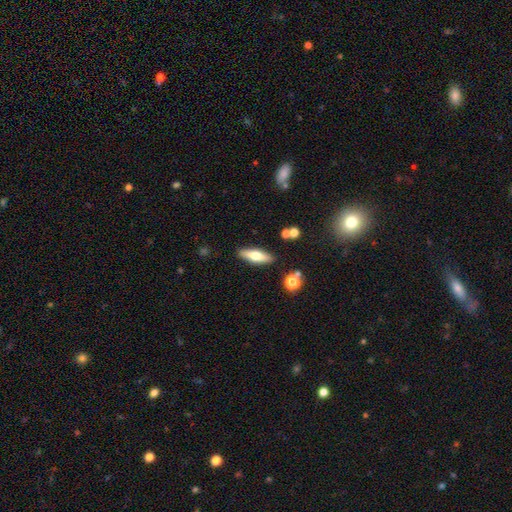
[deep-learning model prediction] The model was most divided on "how rounded": cigar-shaped: 52%, in between: 45%, round: 3%. More confident: merging — none (86%); smooth or featured — smooth (55%).